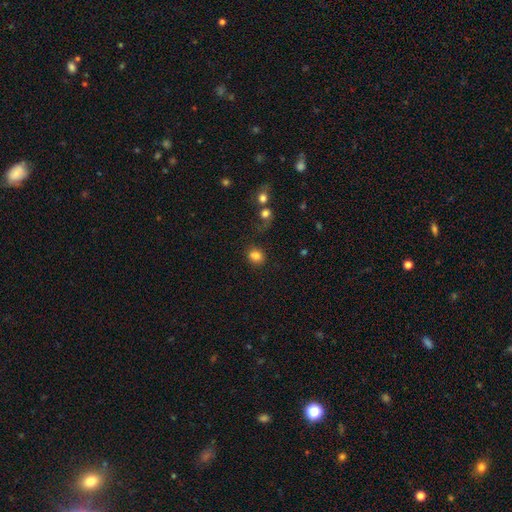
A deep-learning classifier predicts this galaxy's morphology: This is clearly a smooth galaxy (83%). How rounded: likely round (65%). Merging: likely none (74%).